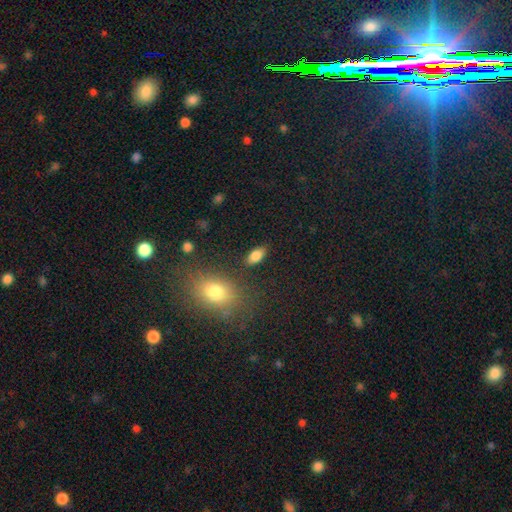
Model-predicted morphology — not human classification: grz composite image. It shows a smooth galaxy with no disk features (82%) that is in between round and cigar-shaped (88%). Merging: none (83%).